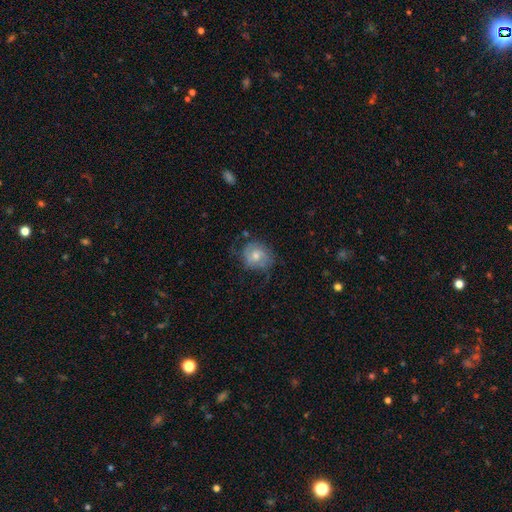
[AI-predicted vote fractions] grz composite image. It shows a featured or disk galaxy (46%, tied with smooth). Merging: none (57%).